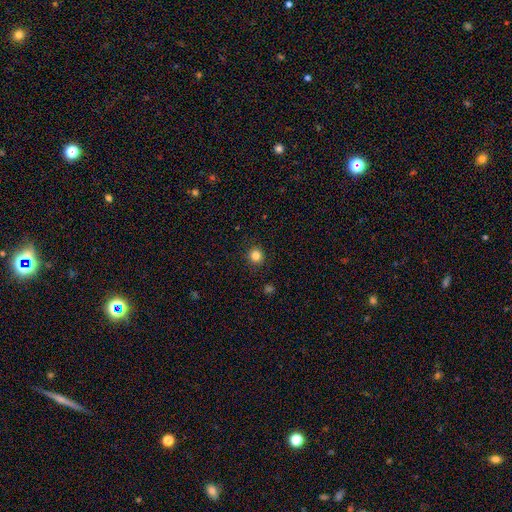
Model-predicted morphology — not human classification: Smooth or featured? Predicted: smooth (p=0.83). How rounded? Predicted: round (p=0.93). Merging? Predicted: none (p=0.92).